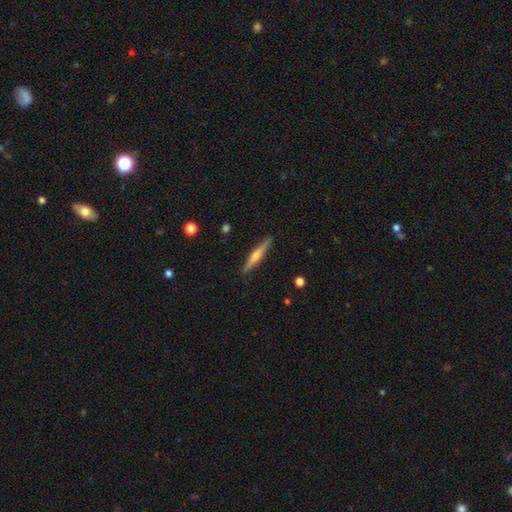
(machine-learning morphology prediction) Smooth or featured? Predicted: featured or disk (p=0.68). Edge-on disk? Predicted: yes (p=0.98). Edge-on bulge? Predicted: rounded (p=0.90). Merging? Predicted: none (p=0.90).